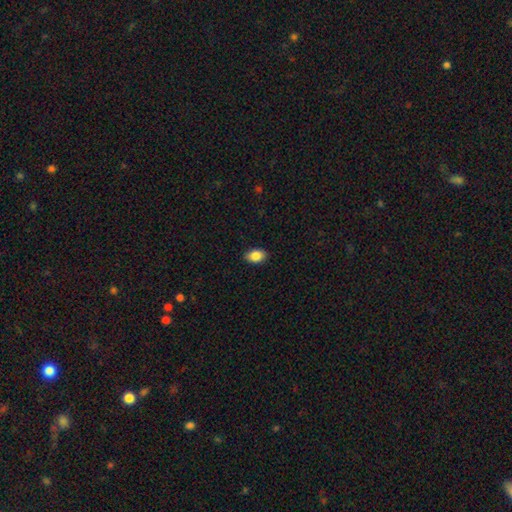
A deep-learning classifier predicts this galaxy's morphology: smooth 86%, star or artifact 8%, featured or disk 6%. Down the decision tree: how rounded — in between (86%); merging — none (89%).